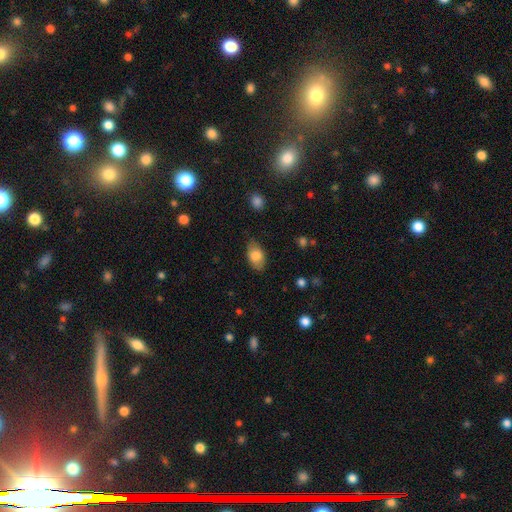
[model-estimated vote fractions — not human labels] This is clearly a smooth galaxy (80%). How rounded: clearly in between (91%). Merging: likely none (76%).